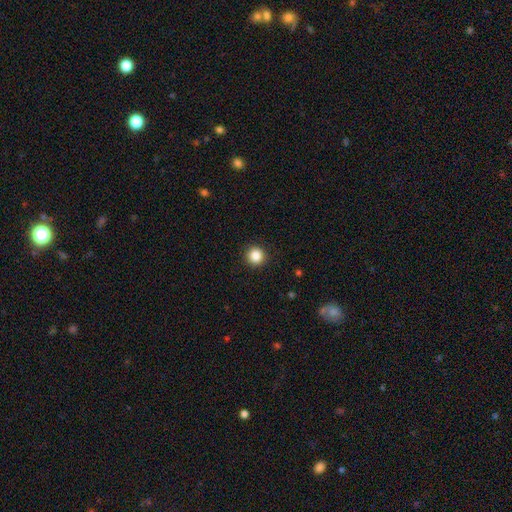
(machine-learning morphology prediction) Smooth or featured?
  - smooth: 86% *
  - star or artifact: 10%
  - featured or disk: 3%
How rounded?
  - round: 95% *
  - in between: 4%
  - cigar-shaped: 1%
Merging?
  - none: 93% *
  - minor disturbance: 5%
  - major disturbance: 2%
  - merger: 1%